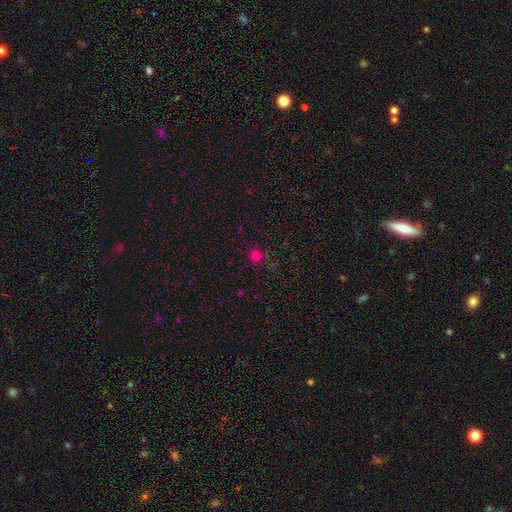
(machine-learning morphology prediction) A smooth galaxy with no disk features (73%) that is round (93%).

Vote fractions:
- Smooth or featured? smooth: 73% / star or artifact: 23% / featured or disk: 5%
- How rounded? round: 93% / in between: 6% / cigar-shaped: 1%
- Merging? none: 83% / minor disturbance: 10% / major disturbance: 4% / merger: 3%